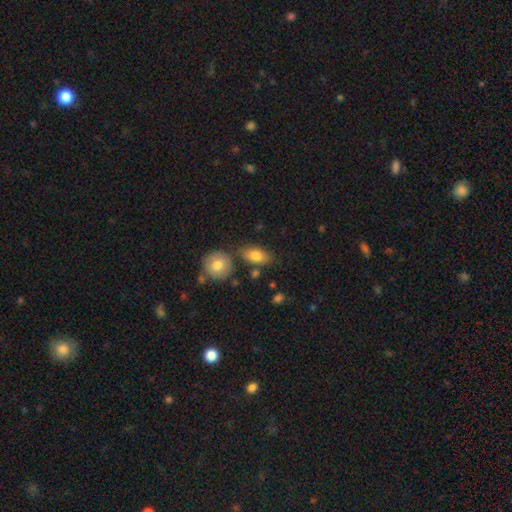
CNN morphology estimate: A smooth galaxy with no disk features (80%) that is in between round and cigar-shaped (86%). Merging: none (70%).